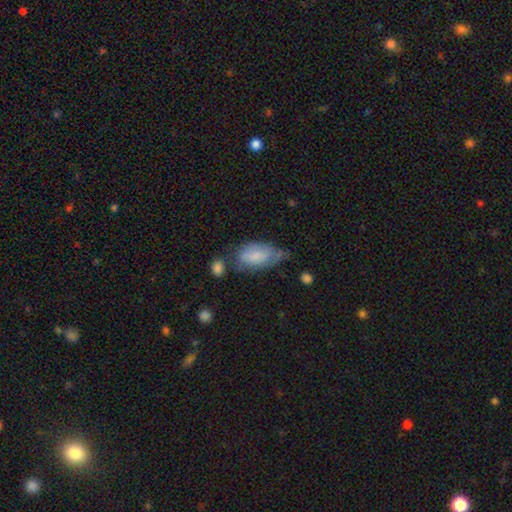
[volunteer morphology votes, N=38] smooth 66%, featured or disk 32%, star or artifact 3%. Down the decision tree: how rounded — in between (100%); merging — none (51%).